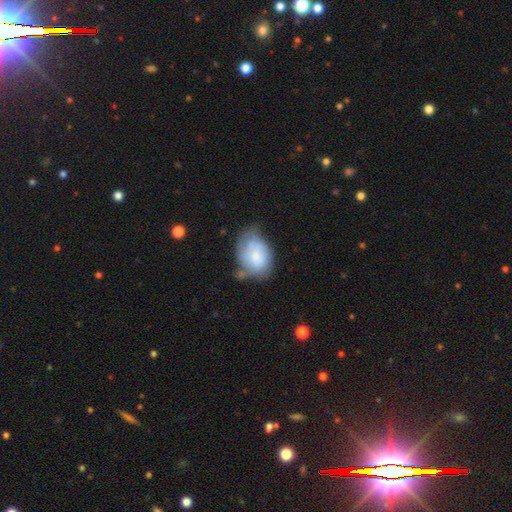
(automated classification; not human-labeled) This is likely a smooth galaxy (67%). How rounded: likely in between (78%). Merging: marginally minor disturbance (39%).